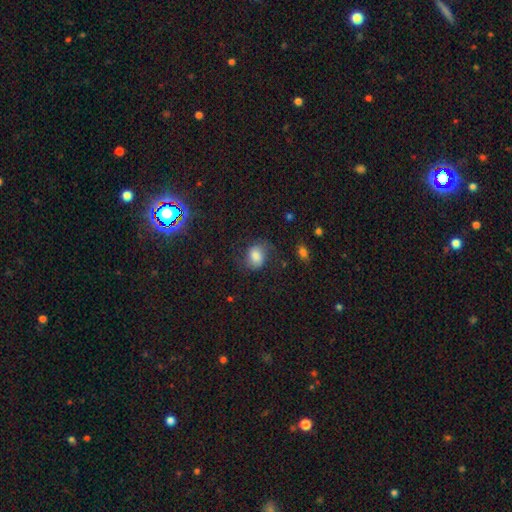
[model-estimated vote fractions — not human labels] smooth-or-featured: smooth: 67% | featured or disk: 23% | star or artifact: 11%
  how-rounded: in between: 53% | round: 46% | cigar-shaped: 1%
  merging: none: 63% | minor disturbance: 22% | major disturbance: 14% | merger: 2%